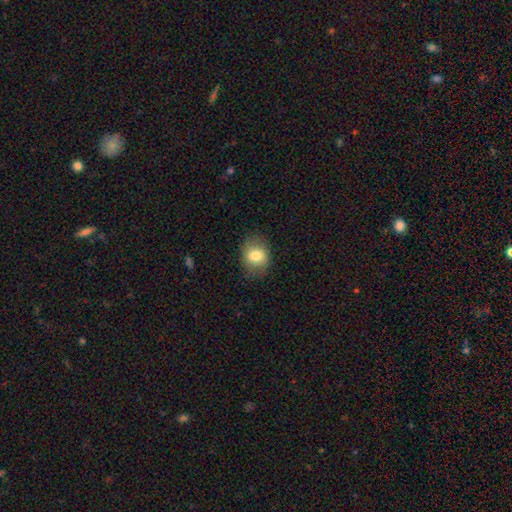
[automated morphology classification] A smooth galaxy with no disk features (78%) that is round (53%). Merging: none (79%).